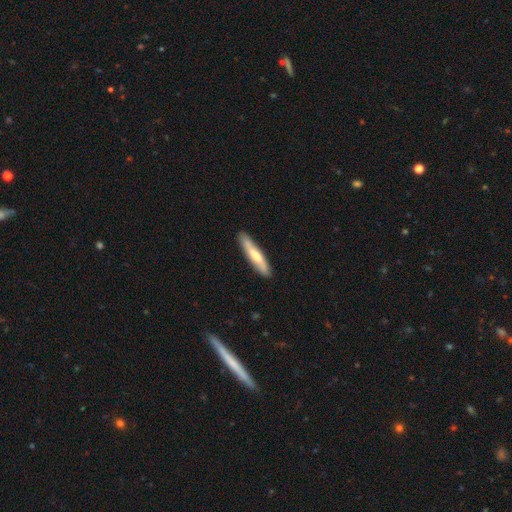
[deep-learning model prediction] Q: Smooth or featured?
A: smooth (59%); runner-up: featured or disk (36%)
Q: How rounded?
A: cigar-shaped (87%); runner-up: in between (12%)
Q: Merging?
A: none (86%); runner-up: minor disturbance (11%)